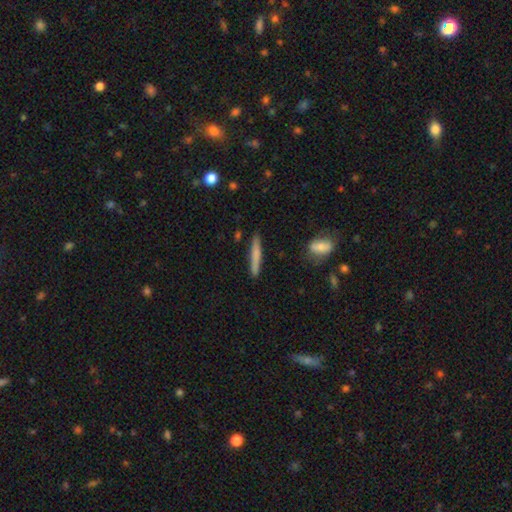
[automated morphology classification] This appears to be a smooth galaxy with no disk features (67%) that is cigar-shaped (94%). Merging: none (88%).